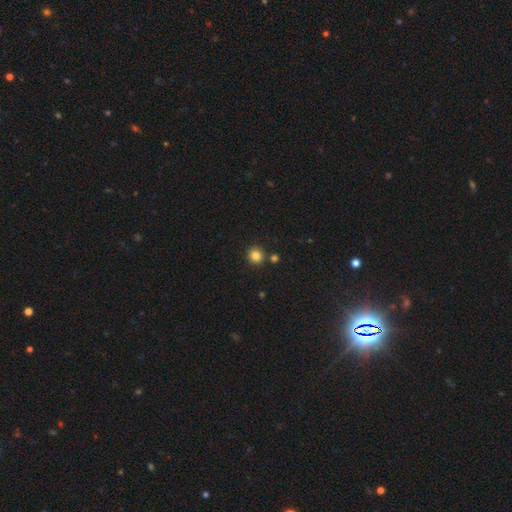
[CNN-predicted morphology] A smooth galaxy with no disk features (83%) that is round (92%). Merging: none (85%).